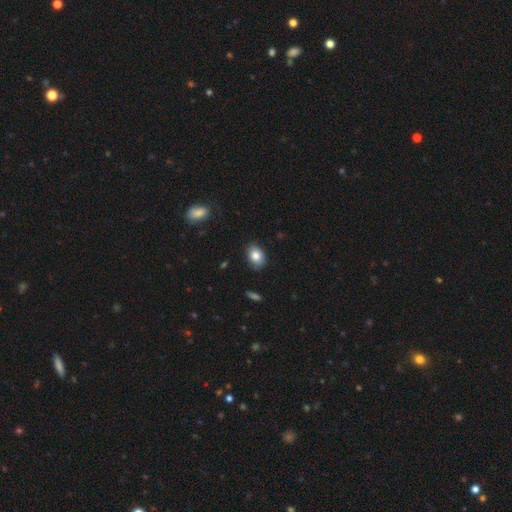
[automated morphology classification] Smooth or featured: smooth — 83% (featured or disk — 9%)
How rounded: in between — 73% (round — 26%)
Merging: none — 83% (minor disturbance — 13%)